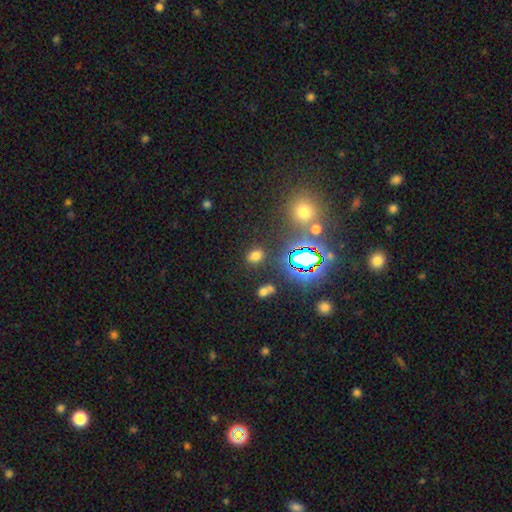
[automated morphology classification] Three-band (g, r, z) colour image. It shows a smooth galaxy with no disk features (65%) that is in between round and cigar-shaped (58%). Merging: none (83%).